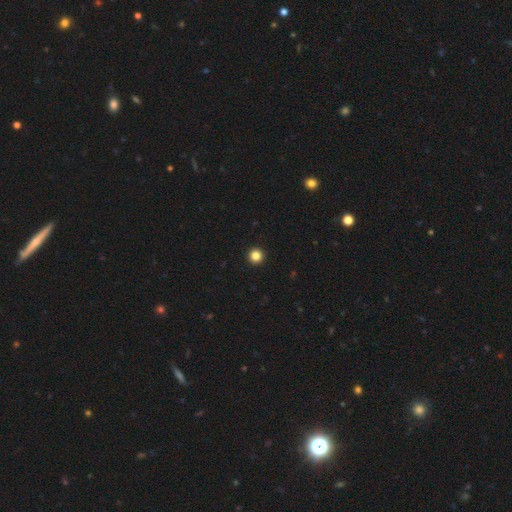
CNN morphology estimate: This appears to be a smooth galaxy with no disk features (84%) that is round (97%). Merging: none (95%).